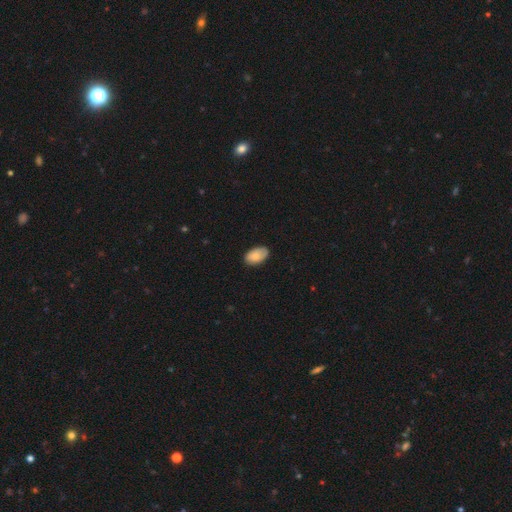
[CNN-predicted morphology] smooth_or_featured: smooth (p=0.80) [alt: featured or disk p=0.14]
how_rounded: in between (p=0.94) [alt: round p=0.05]
merging: none (p=0.81) [alt: minor disturbance p=0.16]